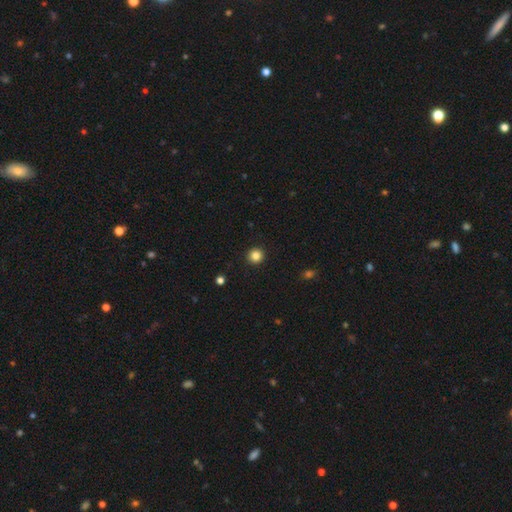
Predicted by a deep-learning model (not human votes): Smooth or featured: smooth — 84% (star or artifact — 12%)
How rounded: round — 94% (in between — 5%)
Merging: none — 93% (minor disturbance — 4%)